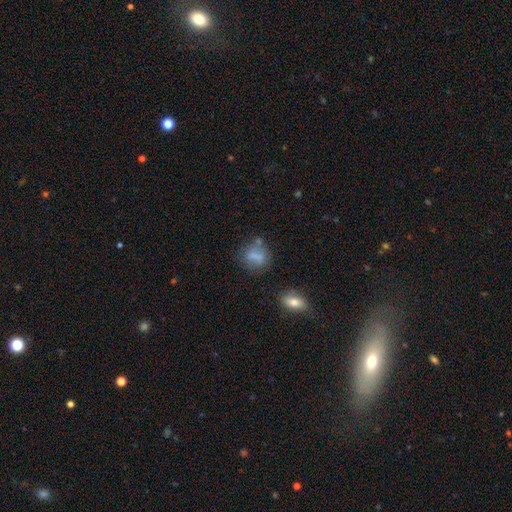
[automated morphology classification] A smooth galaxy with no disk features (67%) that is round (56%). Merging: none (55%).